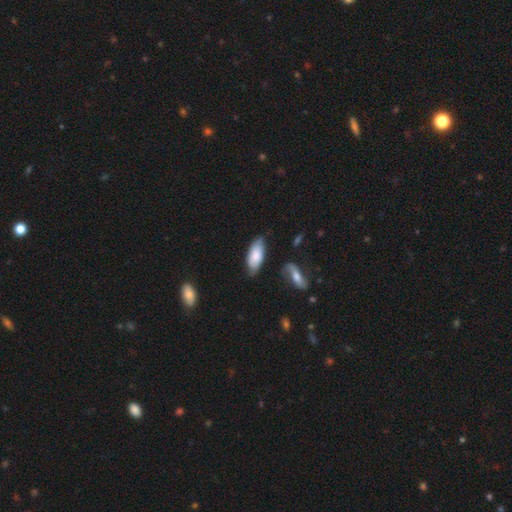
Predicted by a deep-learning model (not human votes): Smooth or featured?
  - smooth: 76% *
  - featured or disk: 18%
  - star or artifact: 6%
How rounded?
  - in between: 87% *
  - cigar-shaped: 11%
  - round: 2%
Merging?
  - none: 65% *
  - minor disturbance: 26%
  - major disturbance: 5%
  - merger: 4%